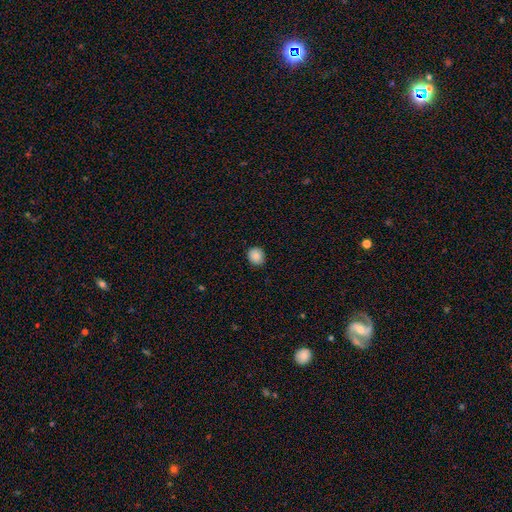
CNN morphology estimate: Q: Smooth or featured?
A: smooth (88%); runner-up: star or artifact (9%)
Q: How rounded?
A: round (82%); runner-up: in between (17%)
Q: Merging?
A: none (89%); runner-up: minor disturbance (8%)